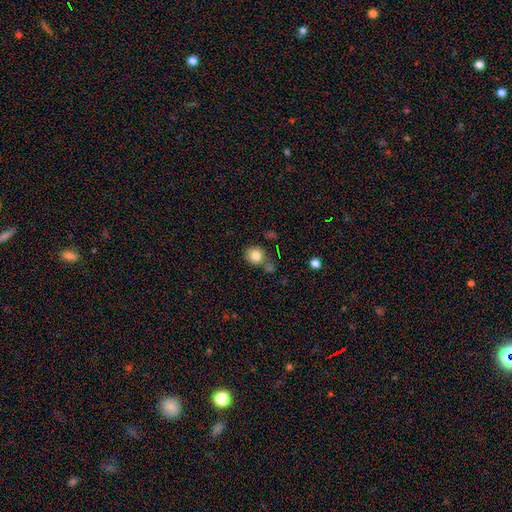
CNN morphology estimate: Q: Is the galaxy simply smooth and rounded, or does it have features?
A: smooth — 83%.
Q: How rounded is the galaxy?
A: round — 79%.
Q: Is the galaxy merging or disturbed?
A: none — 62%.